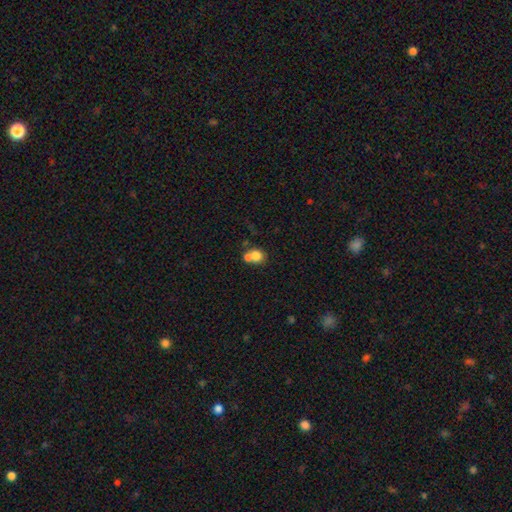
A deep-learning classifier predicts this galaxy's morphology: The model was most divided on "merging": merger: 54%, none: 33%, minor disturbance: 8%, major disturbance: 4%. More confident: smooth or featured — smooth (76%); how rounded — round (68%).